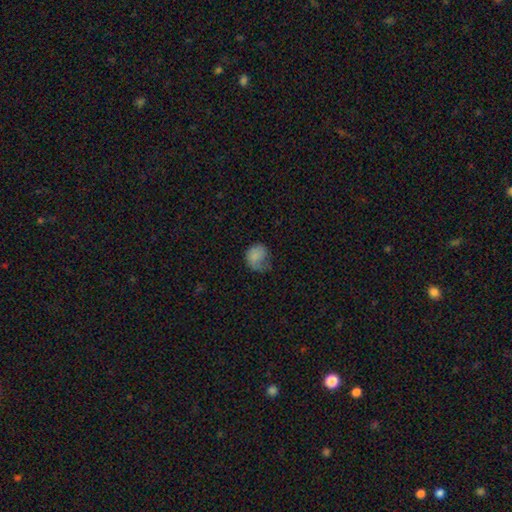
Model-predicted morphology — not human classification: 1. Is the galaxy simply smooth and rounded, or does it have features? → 75% smooth, 16% featured or disk, 9% star or artifact.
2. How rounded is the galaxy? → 69% round, 30% in between, 1% cigar-shaped.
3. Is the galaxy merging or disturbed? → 34% none, 32% minor disturbance, 31% major disturbance, 2% merger.